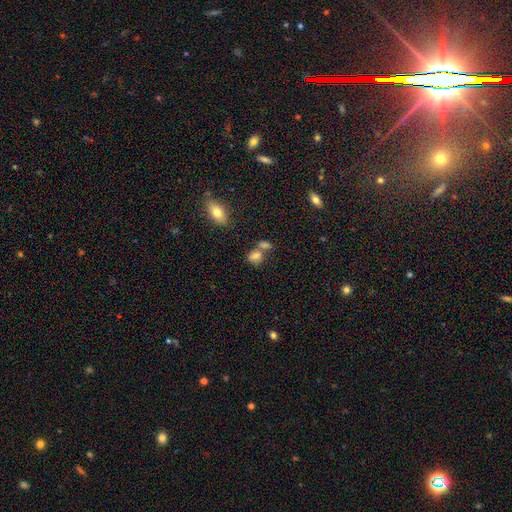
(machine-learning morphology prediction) A smooth galaxy with no disk features (77%) that is in between round and cigar-shaped (55%).

Vote fractions:
- Smooth or featured? smooth: 77% / star or artifact: 12% / featured or disk: 11%
- How rounded? in between: 55% / round: 42% / cigar-shaped: 2%
- Merging? none: 45% / merger: 38% / minor disturbance: 12% / major disturbance: 4%